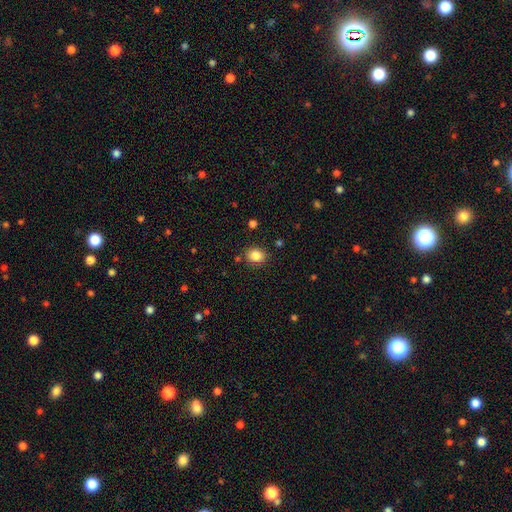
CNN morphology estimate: This is clearly a smooth galaxy (85%). How rounded: possibly round (50%). Merging: clearly none (83%).